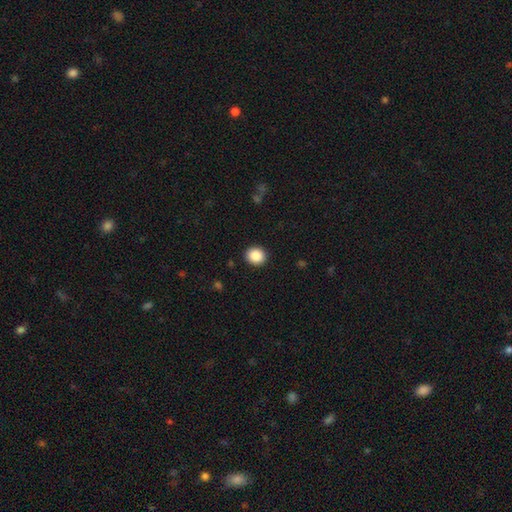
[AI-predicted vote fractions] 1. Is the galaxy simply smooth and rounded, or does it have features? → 88% smooth, 9% star or artifact, 3% featured or disk.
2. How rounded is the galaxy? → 79% round, 20% in between, 1% cigar-shaped.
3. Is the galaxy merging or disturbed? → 91% none, 6% minor disturbance, 2% major disturbance, 1% merger.